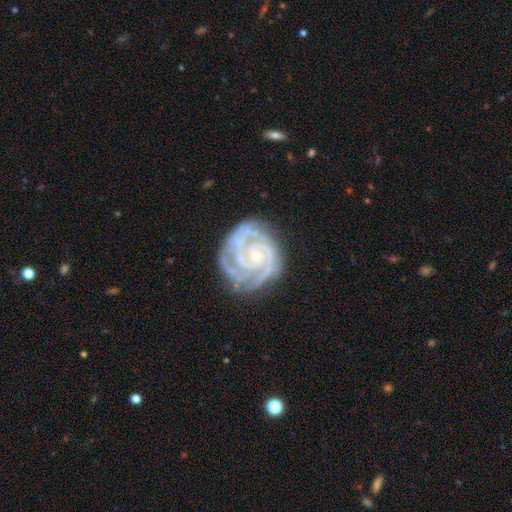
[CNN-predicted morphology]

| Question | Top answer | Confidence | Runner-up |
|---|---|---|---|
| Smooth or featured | featured or disk | 90% | star or artifact (5%) |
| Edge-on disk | no | 98% | yes (2%) |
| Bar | no | 74% | weak (20%) |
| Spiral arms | yes | 98% | no (2%) |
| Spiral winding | tight | 77% | medium (21%) |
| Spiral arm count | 3 | 36% | 2 (28%) |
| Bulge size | small | 78% | moderate (18%) |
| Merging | none | 72% | minor disturbance (20%) |